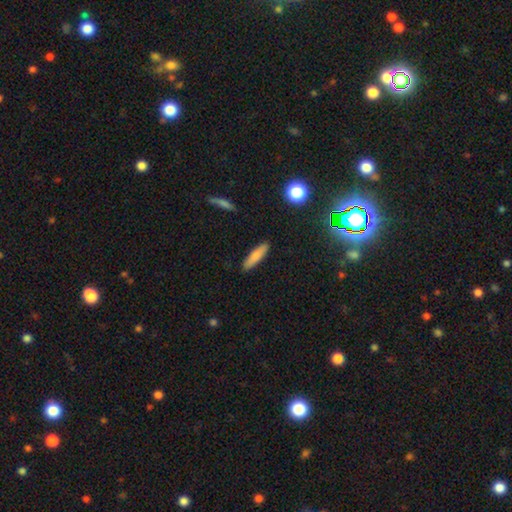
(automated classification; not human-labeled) Smooth or featured: smooth — 79% (featured or disk — 14%)
How rounded: cigar-shaped — 72% (in between — 26%)
Merging: none — 89% (minor disturbance — 8%)